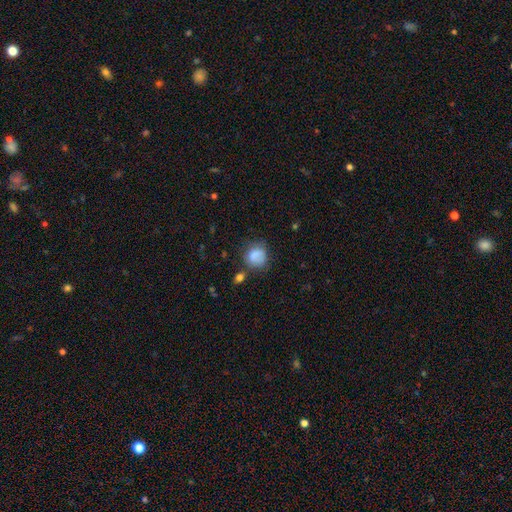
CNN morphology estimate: Smooth or featured? smooth (81%)
How rounded? round (74%)
Merging? none (56%)